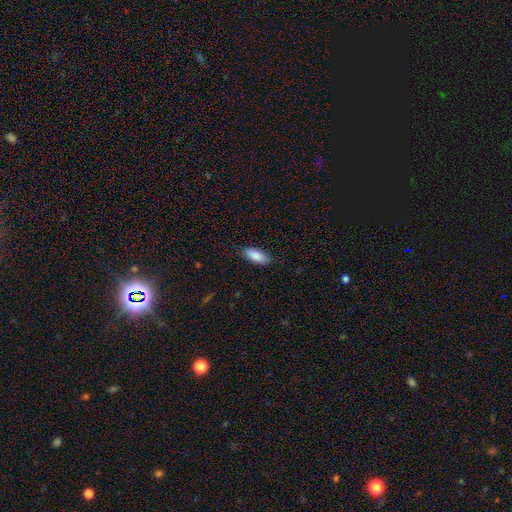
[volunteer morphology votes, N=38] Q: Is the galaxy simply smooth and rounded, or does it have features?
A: smooth — 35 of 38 (92%).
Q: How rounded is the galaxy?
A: in between — 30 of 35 (86%).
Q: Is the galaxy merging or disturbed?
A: none — 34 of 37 (92%).